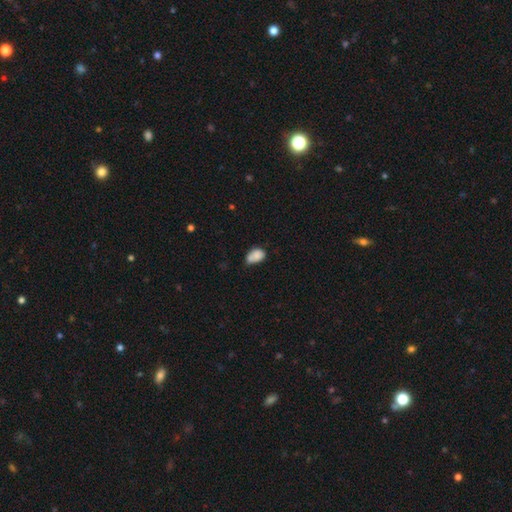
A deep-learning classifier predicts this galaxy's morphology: This appears to be a smooth galaxy with no disk features (81%) that is in between round and cigar-shaped (82%). Merging: none (38%).